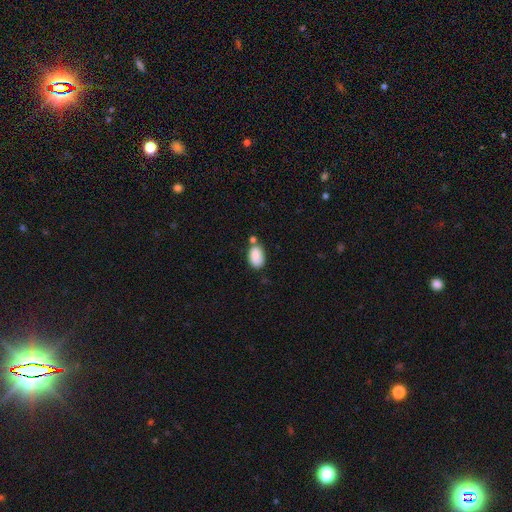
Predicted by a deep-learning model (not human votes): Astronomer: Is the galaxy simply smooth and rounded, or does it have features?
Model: smooth — 86%.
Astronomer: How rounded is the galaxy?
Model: in between — 92%.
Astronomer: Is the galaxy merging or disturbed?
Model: none — 55%.